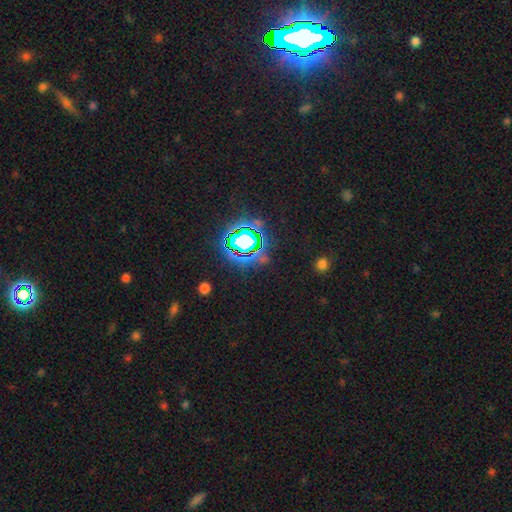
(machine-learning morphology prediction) A star or artifact, not a galaxy (81%).

Vote fractions:
- Smooth or featured? star or artifact: 81% / smooth: 12% / featured or disk: 7%